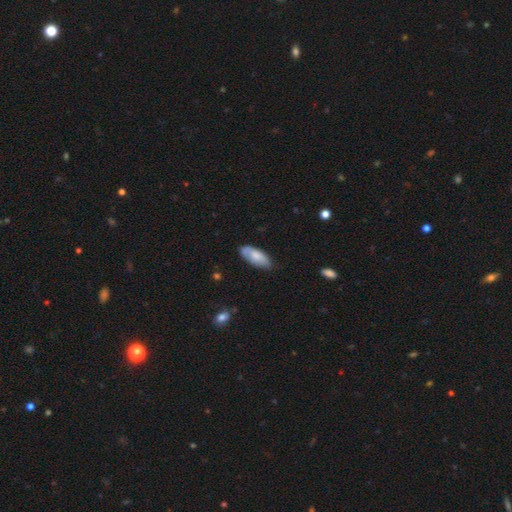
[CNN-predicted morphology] Smooth or featured: smooth — 74% (featured or disk — 20%)
How rounded: in between — 85% (cigar-shaped — 14%)
Merging: none — 70% (minor disturbance — 24%)